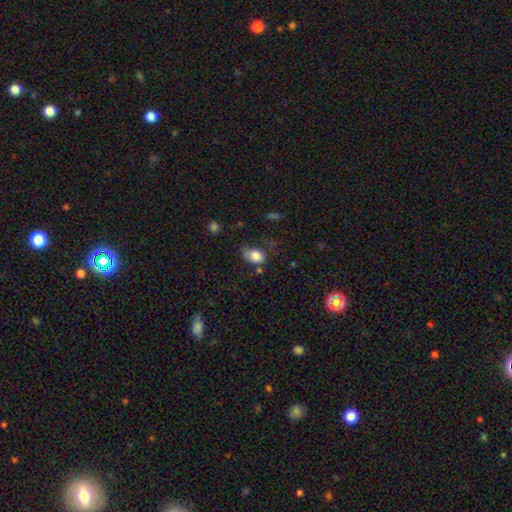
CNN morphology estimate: A smooth galaxy with no disk features (82%) that is in between round and cigar-shaped (83%). Merging: none (49%).